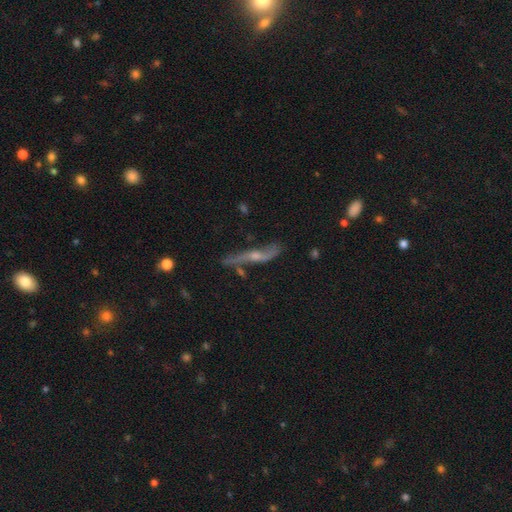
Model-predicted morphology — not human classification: A featured or disk galaxy (76%) viewed edge-on (58%). Merging: none (68%).